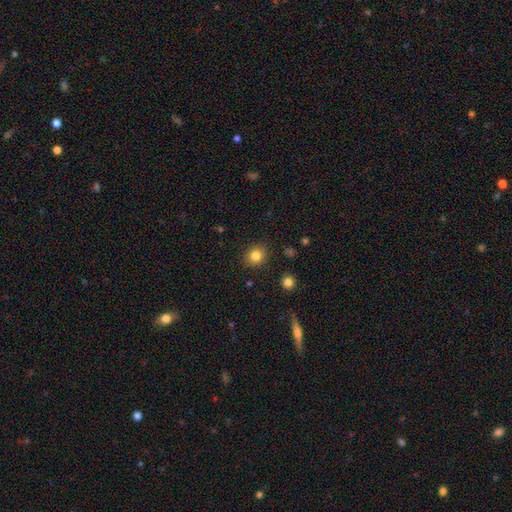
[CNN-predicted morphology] This appears to be a smooth galaxy with no disk features (83%) that is round (80%). Merging: none (89%).